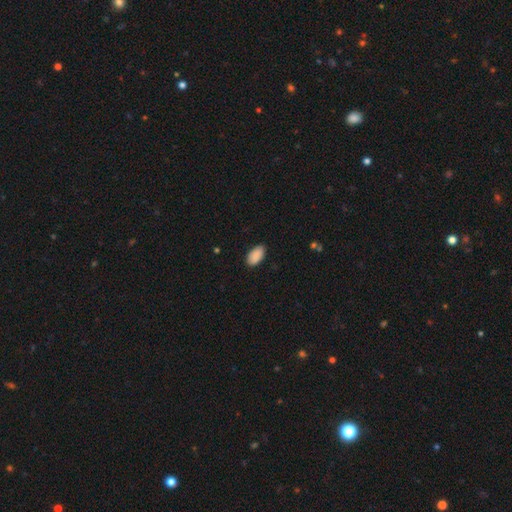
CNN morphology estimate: smooth-or-featured: smooth: 91% | star or artifact: 6% | featured or disk: 3%
  how-rounded: in between: 95% | round: 3% | cigar-shaped: 2%
  merging: none: 86% | minor disturbance: 11% | major disturbance: 2% | merger: 1%